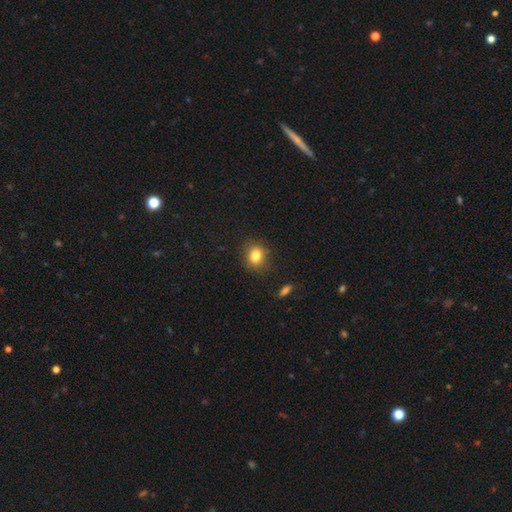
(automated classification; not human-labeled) Q: Smooth or featured?
A: smooth (82%); runner-up: star or artifact (11%)
Q: How rounded?
A: round (68%); runner-up: in between (31%)
Q: Merging?
A: none (87%); runner-up: minor disturbance (9%)